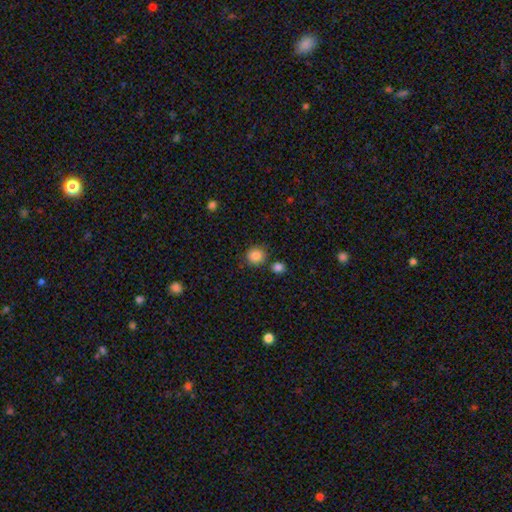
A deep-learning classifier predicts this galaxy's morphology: Q: Smooth or featured?
A: smooth (86%); runner-up: star or artifact (9%)
Q: How rounded?
A: round (89%); runner-up: in between (10%)
Q: Merging?
A: none (79%); runner-up: minor disturbance (10%)